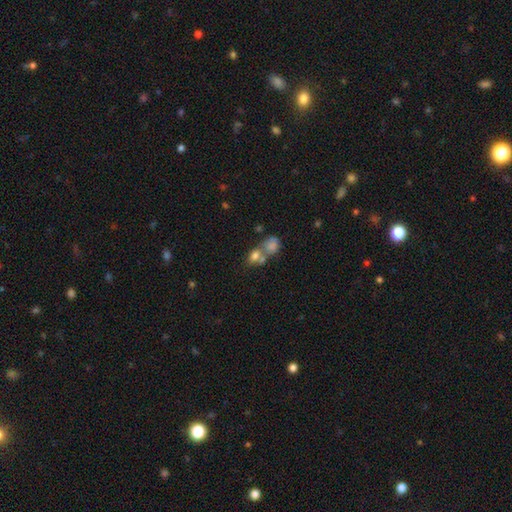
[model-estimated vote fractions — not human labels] A smooth galaxy with no disk features (72%) that is in between round and cigar-shaped (53%). Merging: merger (61%).